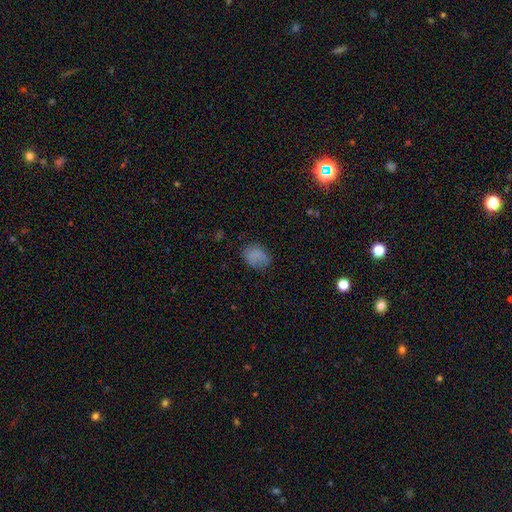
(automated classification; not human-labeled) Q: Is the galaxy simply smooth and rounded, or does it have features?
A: smooth — 80%.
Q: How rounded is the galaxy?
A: in between — 70%.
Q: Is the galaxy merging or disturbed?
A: none — 73%.